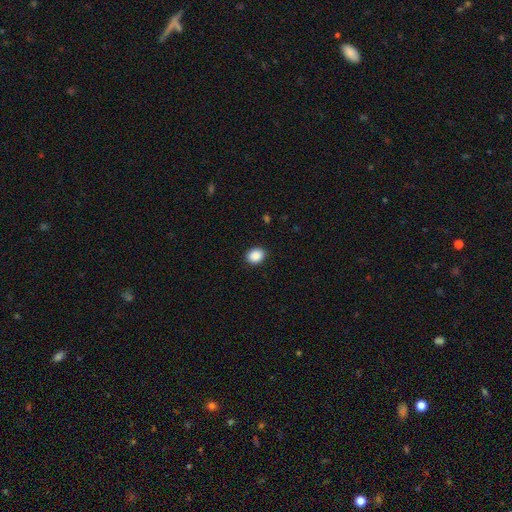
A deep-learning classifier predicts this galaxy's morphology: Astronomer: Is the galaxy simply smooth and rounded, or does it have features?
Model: smooth — 89%.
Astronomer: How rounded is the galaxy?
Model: round — 50% (runner-up: in between, 49%).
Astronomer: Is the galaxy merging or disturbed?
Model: none — 90%.